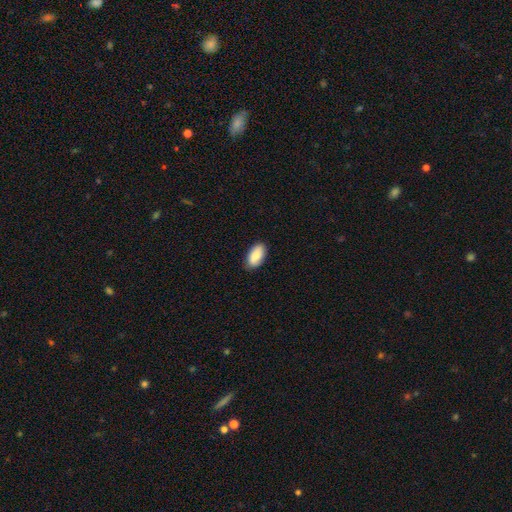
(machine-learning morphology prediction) This is clearly a smooth galaxy (85%). How rounded: clearly in between (94%). Merging: clearly none (84%).